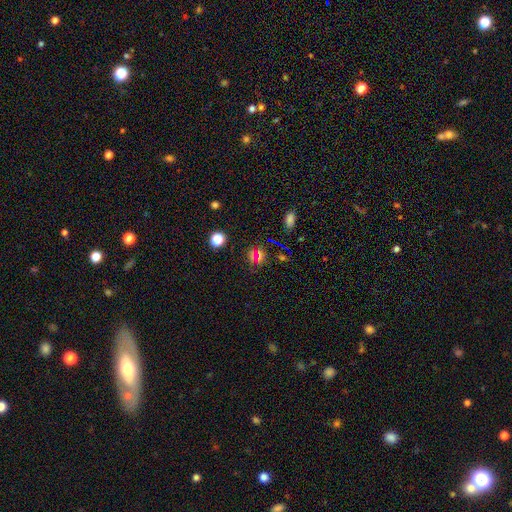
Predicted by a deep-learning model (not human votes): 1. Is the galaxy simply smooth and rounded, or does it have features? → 49% star or artifact, 40% smooth, 11% featured or disk.